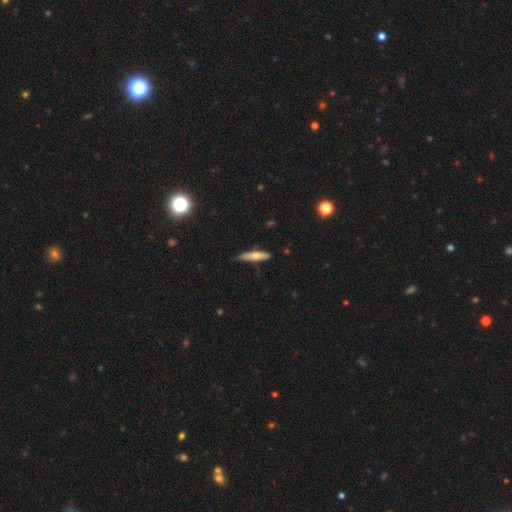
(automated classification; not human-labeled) A smooth galaxy with no disk features (65%) that is cigar-shaped (84%). Merging: none (72%).